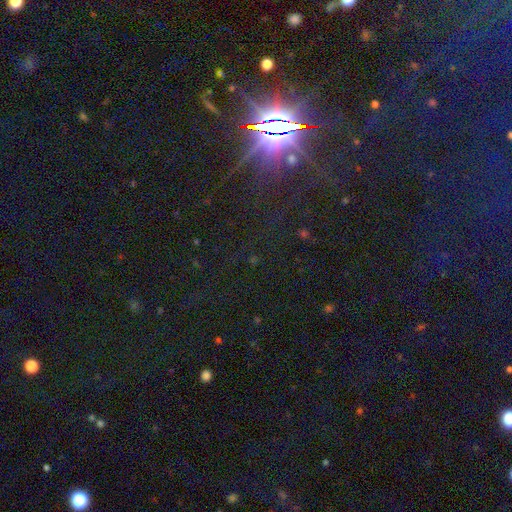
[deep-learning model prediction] Smooth or featured?
  - star or artifact: 86% *
  - smooth: 8%
  - featured or disk: 6%